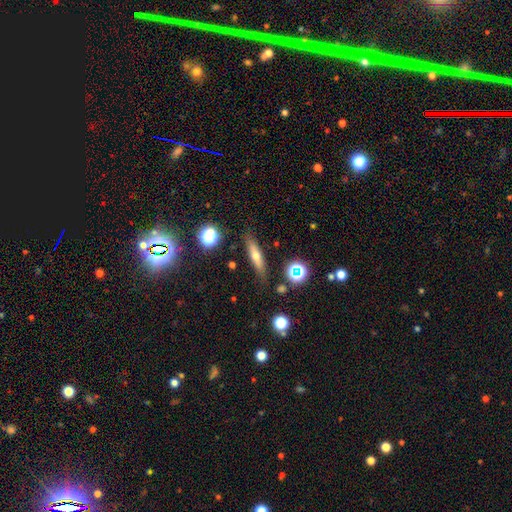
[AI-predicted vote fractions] smooth 49%, featured or disk 40%, star or artifact 11%. Down the decision tree: merging — none (84%).